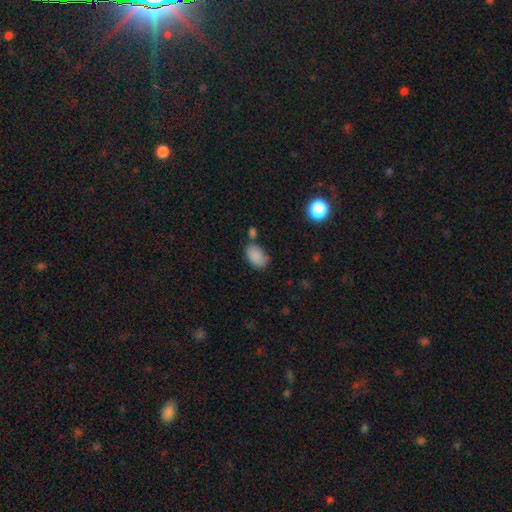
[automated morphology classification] A smooth galaxy with no disk features (87%) that is in between round and cigar-shaped (89%). Merging: none (64%).